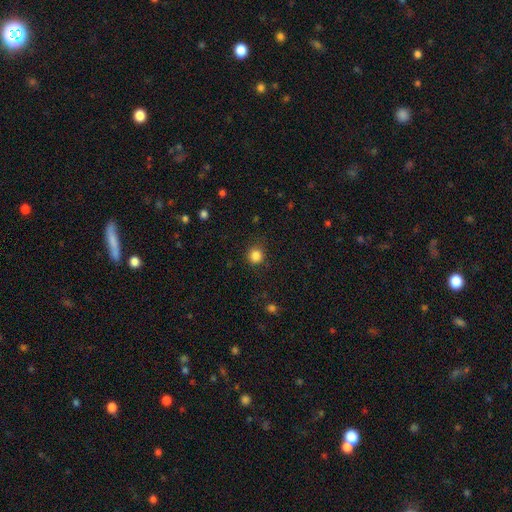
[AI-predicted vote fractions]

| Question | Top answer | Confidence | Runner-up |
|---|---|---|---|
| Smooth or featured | smooth | 85% | star or artifact (12%) |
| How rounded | round | 92% | in between (7%) |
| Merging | none | 87% | minor disturbance (9%) |